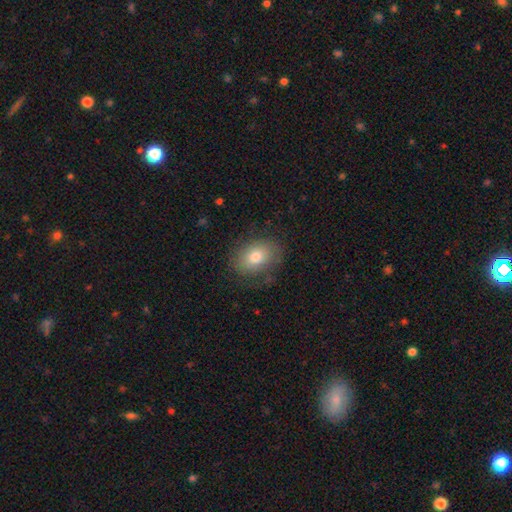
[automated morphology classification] This is likely a smooth galaxy (73%). How rounded: likely in between (69%). Merging: likely none (78%).